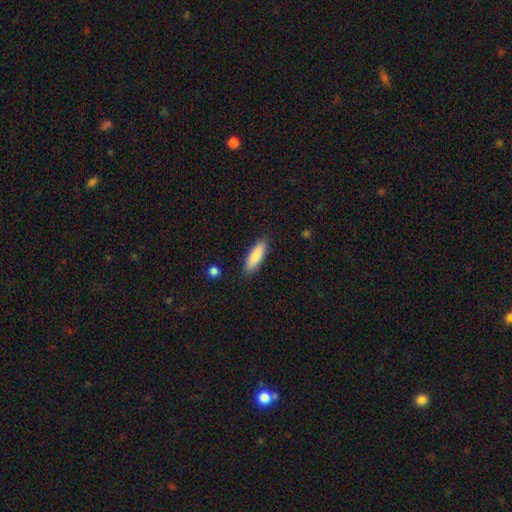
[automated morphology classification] This is clearly a smooth galaxy (86%). How rounded: possibly cigar-shaped (54%). Merging: clearly none (87%).